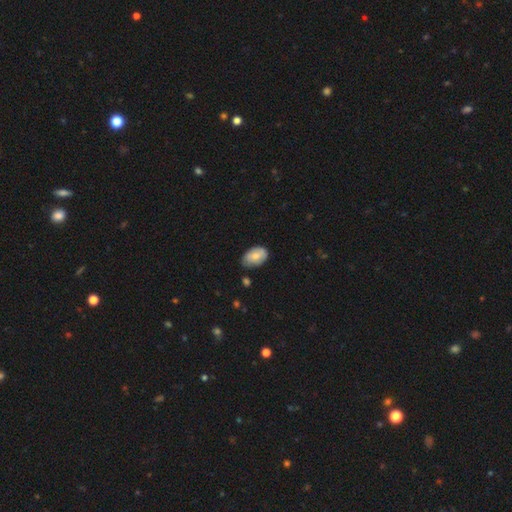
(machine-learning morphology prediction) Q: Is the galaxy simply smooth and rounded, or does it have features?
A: smooth — 69%.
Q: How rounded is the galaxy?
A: in between — 90%.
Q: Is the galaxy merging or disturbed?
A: none — 63%.